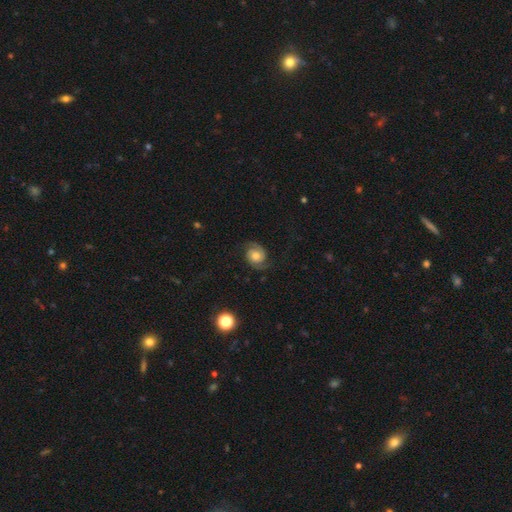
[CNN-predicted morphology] This is likely a featured or disk galaxy (79%). It is clearly not viewed edge-on (98%). Bar: likely no (73%). Spiral arm pattern: clearly yes (97%). Spiral arm count: clearly 2 (93%). Spiral winding: possibly medium (48%). Central bulge: likely moderate (62%). Merging: clearly none (81%).